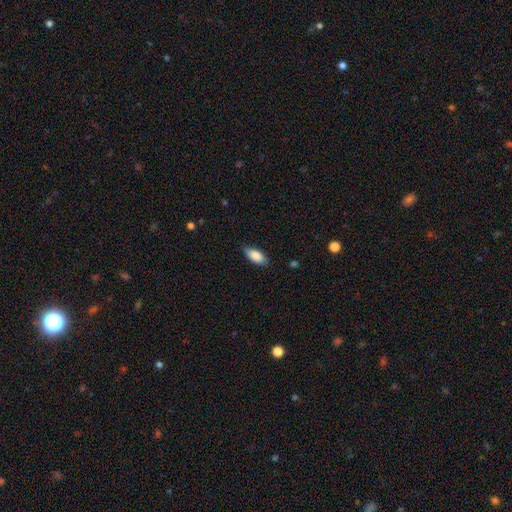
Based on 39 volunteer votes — Morphology: type=smooth (74%); roundness=in between (86%); merging=none (86%).